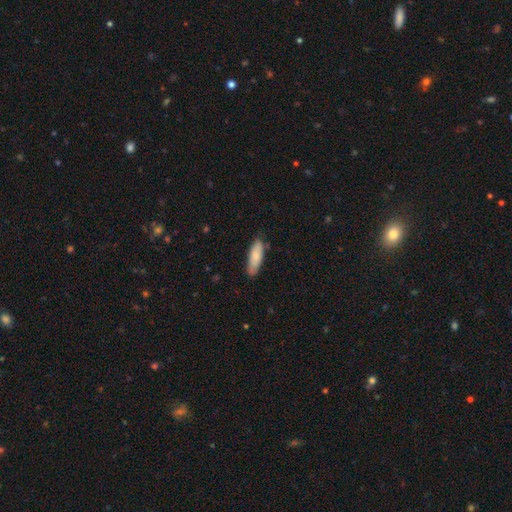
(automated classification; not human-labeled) smooth_or_featured: smooth (p=0.81) [alt: featured or disk p=0.14]
how_rounded: in between (p=0.55) [alt: cigar-shaped p=0.43]
merging: none (p=0.77) [alt: minor disturbance p=0.18]